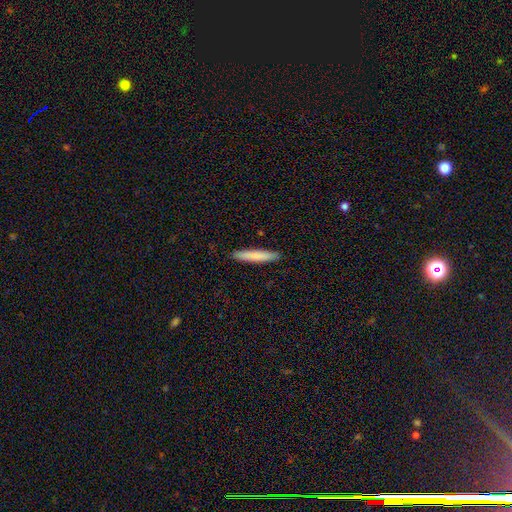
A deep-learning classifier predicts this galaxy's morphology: Smooth or featured? smooth (81%)
How rounded? cigar-shaped (94%)
Merging? none (91%)